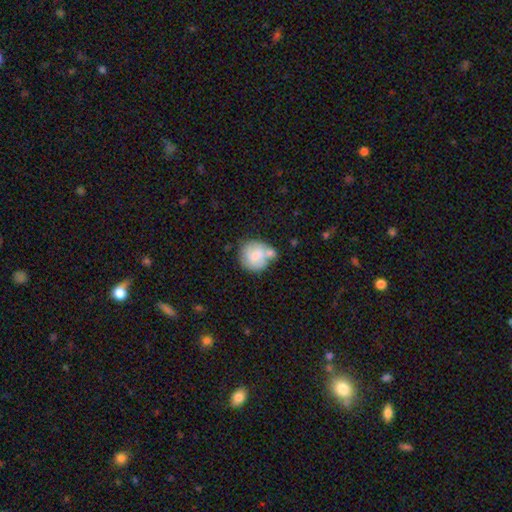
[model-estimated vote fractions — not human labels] This is likely a smooth galaxy (67%). How rounded: clearly round (83%). Merging: marginally none (39%).